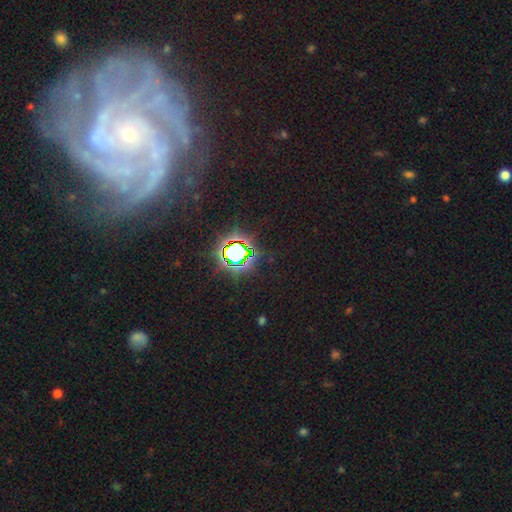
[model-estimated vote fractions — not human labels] Smooth or featured: featured or disk — 65% (star or artifact — 23%)
Edge-on disk: no — 95% (yes — 5%)
Bar: no — 56% (weak — 26%)
Spiral arms: yes — 88% (no — 12%)
Spiral winding: tight — 59% (medium — 30%)
Spiral arm count: can't tell — 21% (tied with 3 — 21%)
Bulge size: small — 80% (moderate — 12%)
Merging: none — 71% (minor disturbance — 14%)